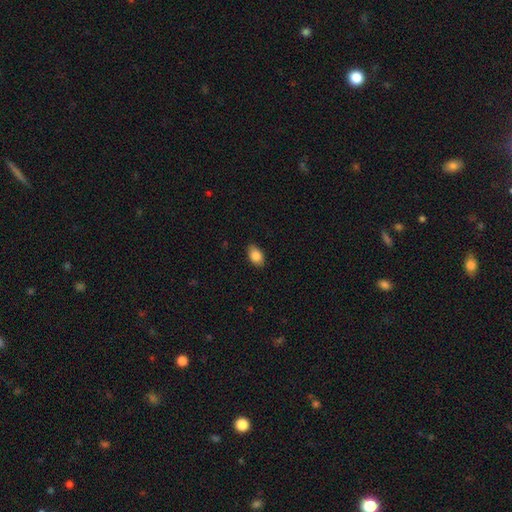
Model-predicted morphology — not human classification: This appears to be a smooth galaxy with no disk features (87%) that is in between round and cigar-shaped (90%). Merging: none (86%).